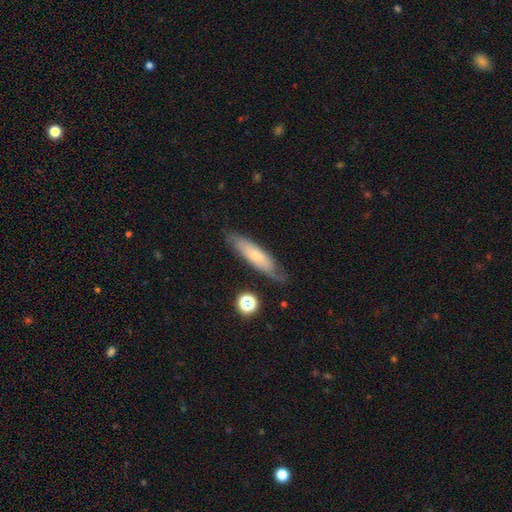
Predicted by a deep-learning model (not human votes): Smooth or featured? smooth (56%)
How rounded? cigar-shaped (69%)
Merging? none (73%)